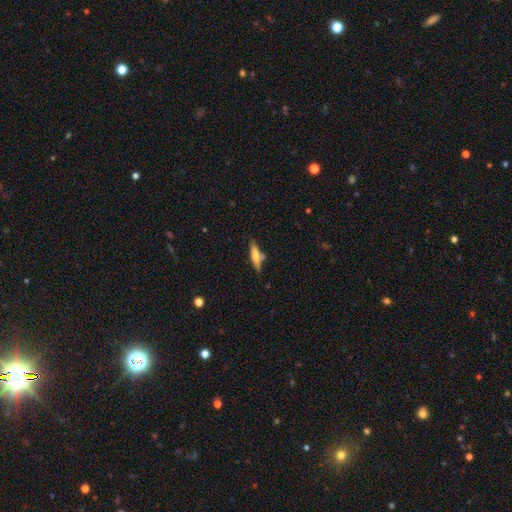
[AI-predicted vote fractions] Morphology: type=smooth (55%); roundness=cigar-shaped (81%); merging=none (74%).